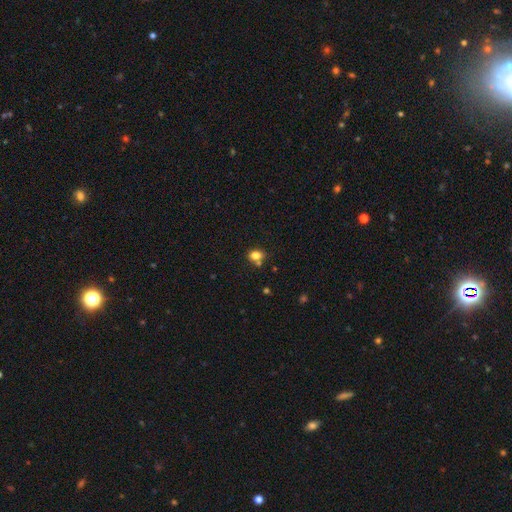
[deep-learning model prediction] A smooth galaxy with no disk features (80%) that is in between round and cigar-shaped (51%).

Vote fractions:
- Smooth or featured? smooth: 80% / star or artifact: 13% / featured or disk: 8%
- How rounded? in between: 51% / round: 47% / cigar-shaped: 1%
- Merging? none: 60% / merger: 22% / minor disturbance: 13% / major disturbance: 4%